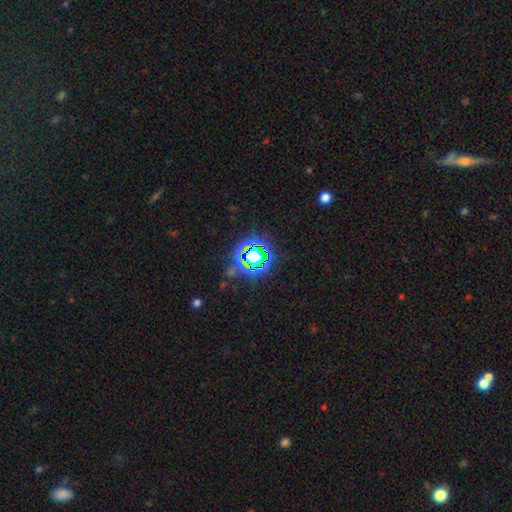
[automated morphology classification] star or artifact 76%, smooth 15%, featured or disk 9%.